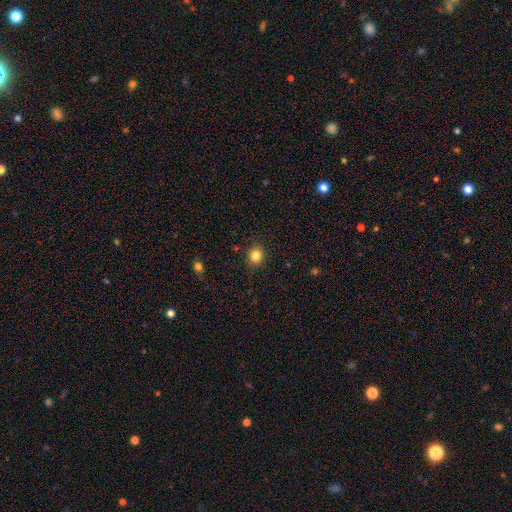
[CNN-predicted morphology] The model was most divided on "how rounded": round: 75%, in between: 25%, cigar-shaped: 1%. More confident: merging — none (88%); smooth or featured — smooth (84%).